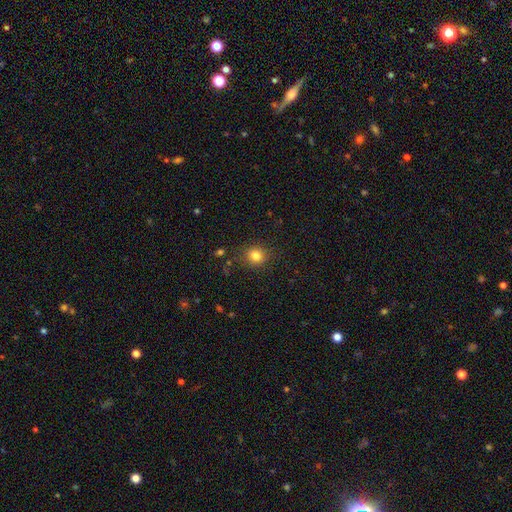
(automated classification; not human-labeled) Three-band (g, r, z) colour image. It shows a smooth galaxy with no disk features (81%) that is round (78%). Merging: none (86%).